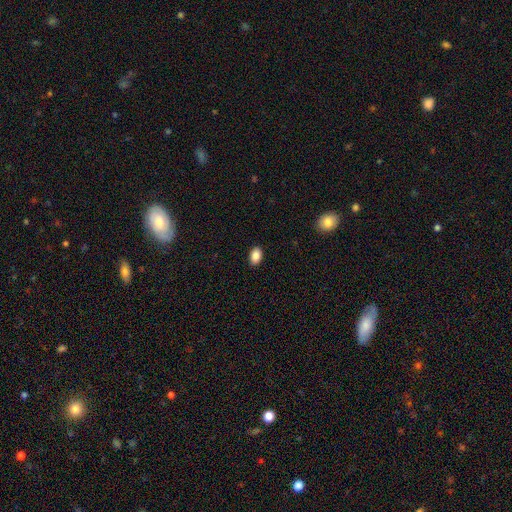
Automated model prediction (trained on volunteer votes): A smooth galaxy with no disk features (88%) that is in between round and cigar-shaped (88%).

Vote fractions:
- Smooth or featured? smooth: 88% / star or artifact: 8% / featured or disk: 4%
- How rounded? in between: 88% / round: 11% / cigar-shaped: 1%
- Merging? none: 90% / minor disturbance: 7% / major disturbance: 2% / merger: 1%